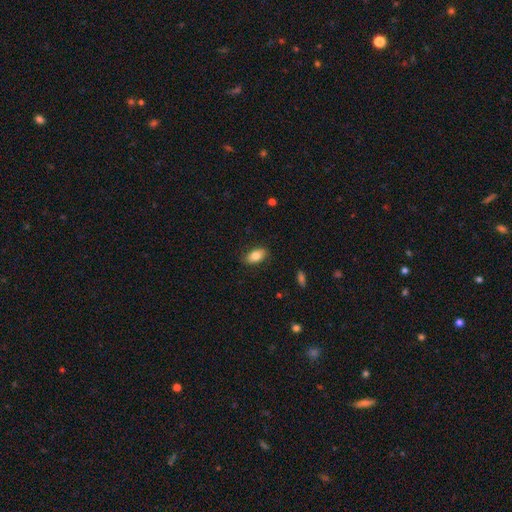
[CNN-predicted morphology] smooth 81%, featured or disk 12%, star or artifact 7%. Down the decision tree: how rounded — in between (91%); merging — none (84%).